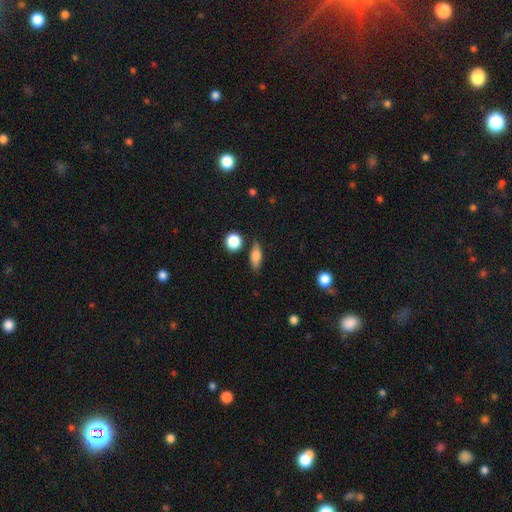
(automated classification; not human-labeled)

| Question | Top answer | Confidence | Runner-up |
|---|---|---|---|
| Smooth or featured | smooth | 70% | featured or disk (21%) |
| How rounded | in between | 65% | cigar-shaped (26%) |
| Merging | none | 79% | minor disturbance (14%) |